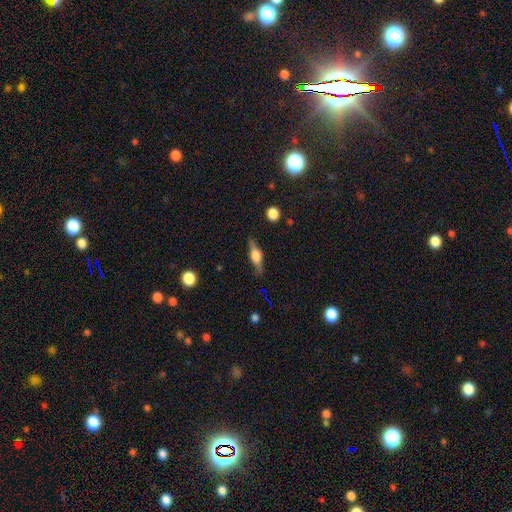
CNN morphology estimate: Smooth or featured: featured or disk — 62% (smooth — 31%)
Edge-on disk: yes — 93% (no — 7%)
Edge-on bulge: rounded — 87% (boxy — 11%)
Merging: none — 81% (minor disturbance — 14%)